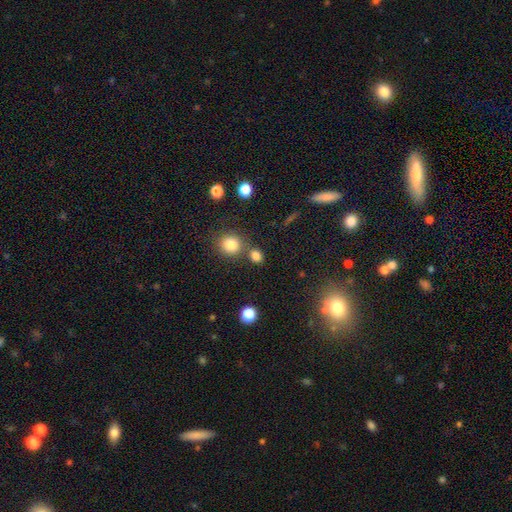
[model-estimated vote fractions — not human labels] This is clearly a smooth galaxy (81%). How rounded: likely round (69%). Merging: likely none (65%).